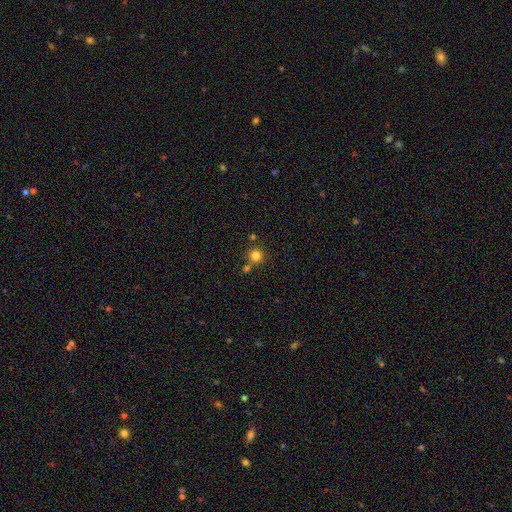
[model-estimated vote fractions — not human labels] smooth 81%, star or artifact 13%, featured or disk 6%. Down the decision tree: how rounded — round (94%); merging — none (74%).